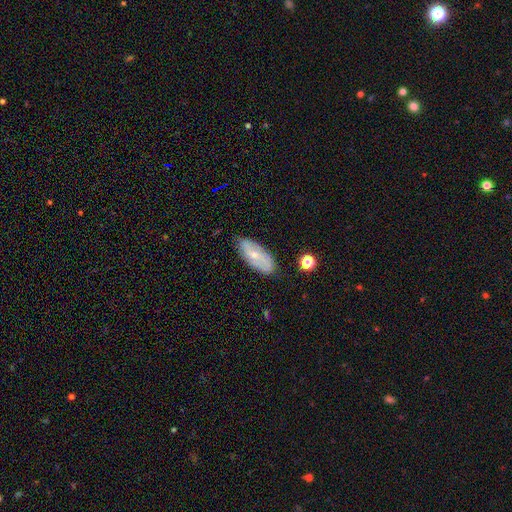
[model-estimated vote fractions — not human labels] smooth-or-featured: featured or disk: 54% | smooth: 38% | star or artifact: 7%
  disk-edge-on: no: 89% | yes: 11%
  merging: none: 79% | minor disturbance: 16% | major disturbance: 3% | merger: 2%